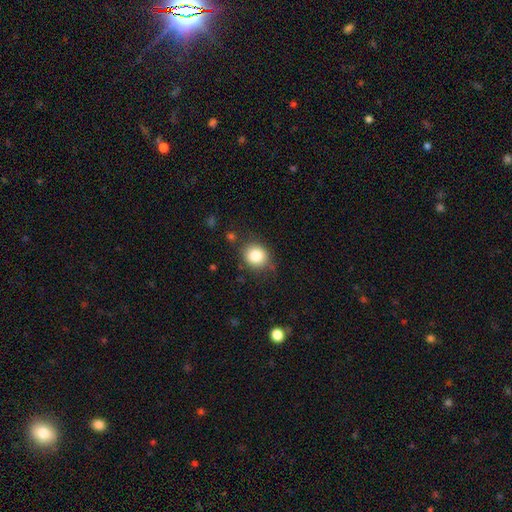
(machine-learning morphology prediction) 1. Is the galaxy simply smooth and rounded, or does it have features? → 83% smooth, 10% star or artifact, 8% featured or disk.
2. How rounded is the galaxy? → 79% round, 20% in between, 1% cigar-shaped.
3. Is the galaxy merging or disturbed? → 78% none, 15% minor disturbance, 4% major disturbance, 3% merger.